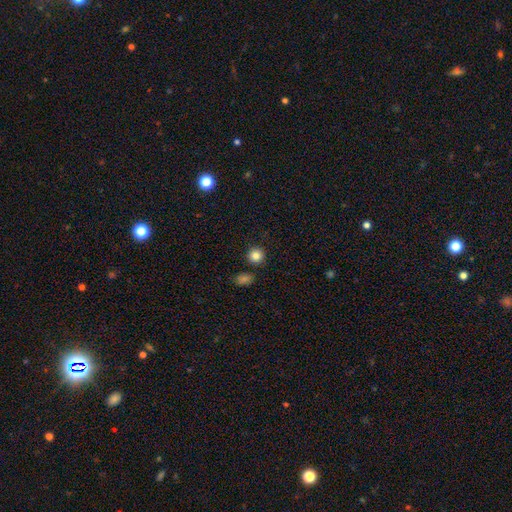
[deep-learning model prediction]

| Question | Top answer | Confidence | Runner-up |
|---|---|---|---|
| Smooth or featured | smooth | 85% | star or artifact (11%) |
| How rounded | round | 93% | in between (6%) |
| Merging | none | 87% | minor disturbance (7%) |